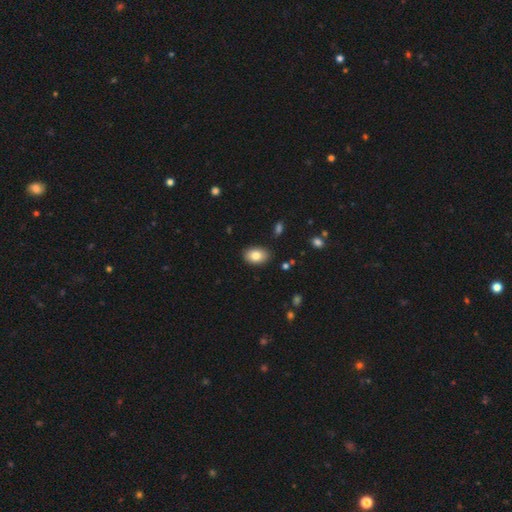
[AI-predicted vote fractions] smooth 83%, featured or disk 10%, star or artifact 8%. Down the decision tree: how rounded — in between (87%); merging — none (86%).